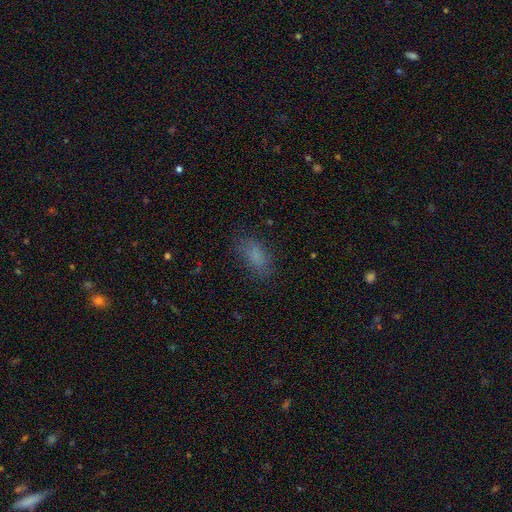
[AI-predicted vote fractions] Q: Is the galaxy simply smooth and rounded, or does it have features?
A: smooth — 79%.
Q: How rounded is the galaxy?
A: in between — 88%.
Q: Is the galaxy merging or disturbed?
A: none — 72%.